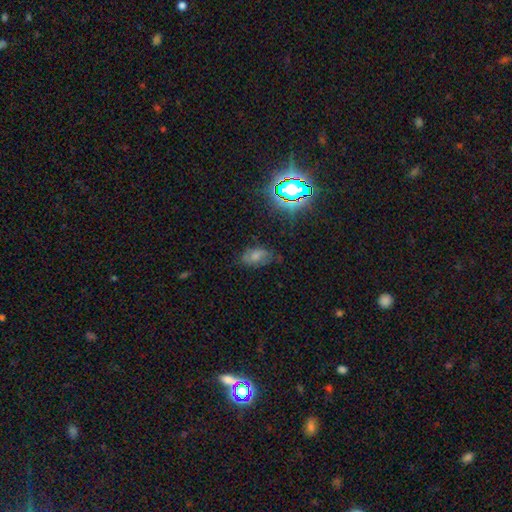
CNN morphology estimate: A smooth galaxy with no disk features (63%) that is in between round and cigar-shaped (90%).

Vote fractions:
- Smooth or featured? smooth: 63% / featured or disk: 19% / star or artifact: 18%
- How rounded? in between: 90% / round: 7% / cigar-shaped: 4%
- Merging? none: 62% / minor disturbance: 26% / major disturbance: 9% / merger: 2%